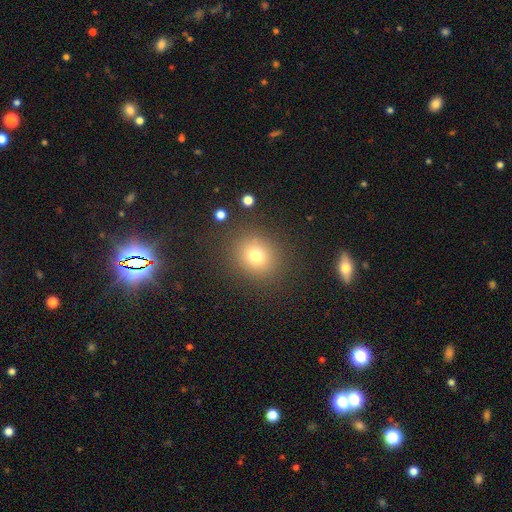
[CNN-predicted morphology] smooth-or-featured: smooth: 74% | star or artifact: 16% | featured or disk: 10%
  how-rounded: round: 81% | in between: 18% | cigar-shaped: 1%
  merging: none: 86% | minor disturbance: 8% | major disturbance: 4% | merger: 2%